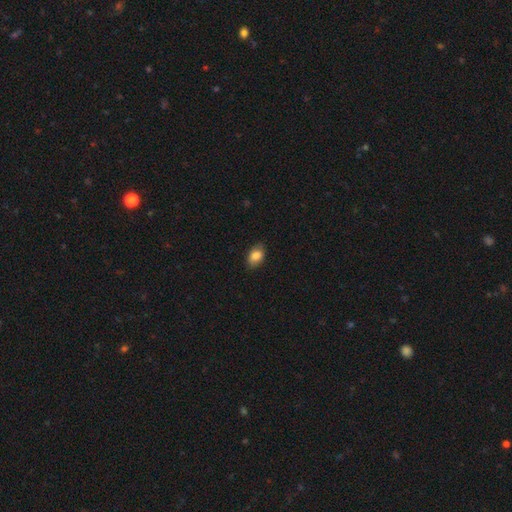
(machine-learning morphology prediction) This is clearly a smooth galaxy (84%). How rounded: clearly in between (87%). Merging: clearly none (81%).